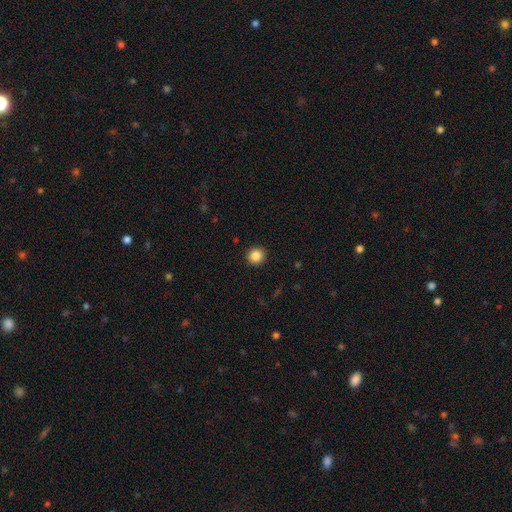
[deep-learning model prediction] smooth 86%, star or artifact 10%, featured or disk 4%. Down the decision tree: how rounded — round (91%); merging — none (92%).